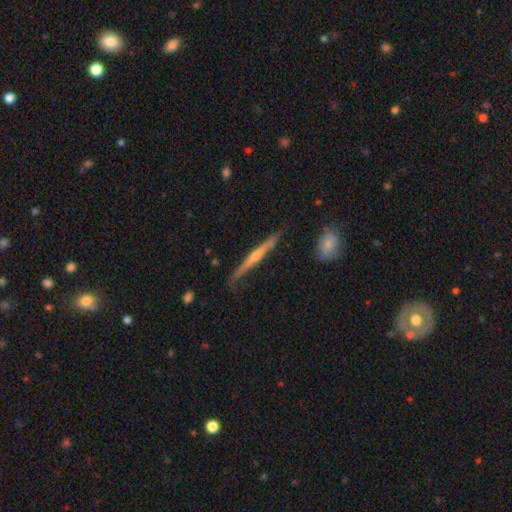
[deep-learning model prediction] Overall: featured or disk (75%). Edge-on disk: yes (98%). Edge-on bulge: rounded (85%). Merging: none (83%).